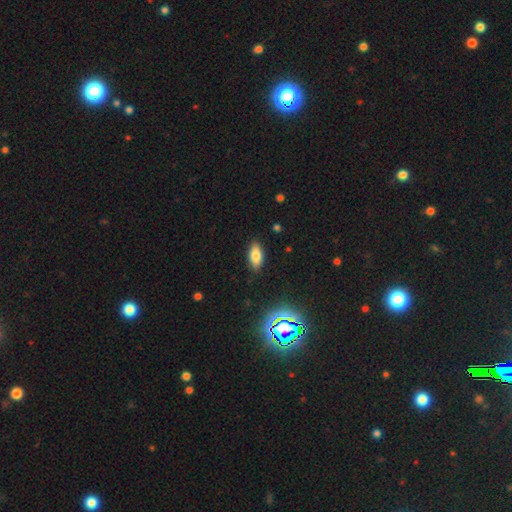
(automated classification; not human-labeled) smooth_or_featured: smooth (p=0.74) [alt: featured or disk p=0.14]
how_rounded: in between (p=0.86) [alt: cigar-shaped p=0.11]
merging: none (p=0.87) [alt: minor disturbance p=0.10]